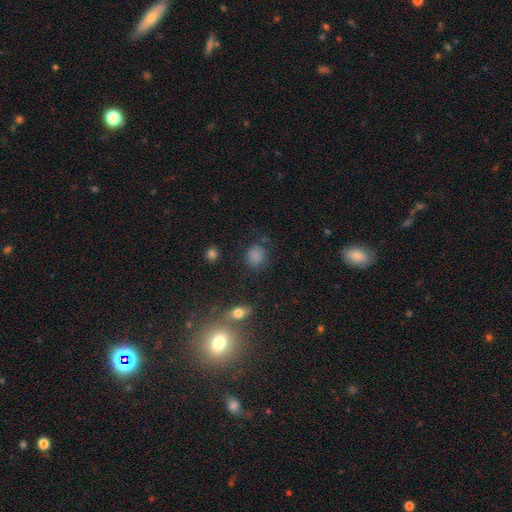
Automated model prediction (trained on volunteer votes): A smooth galaxy with no disk features (80%) that is round (70%).

Vote fractions:
- Smooth or featured? smooth: 80% / star or artifact: 15% / featured or disk: 5%
- How rounded? round: 70% / in between: 29% / cigar-shaped: 1%
- Merging? none: 75% / minor disturbance: 15% / major disturbance: 7% / merger: 3%